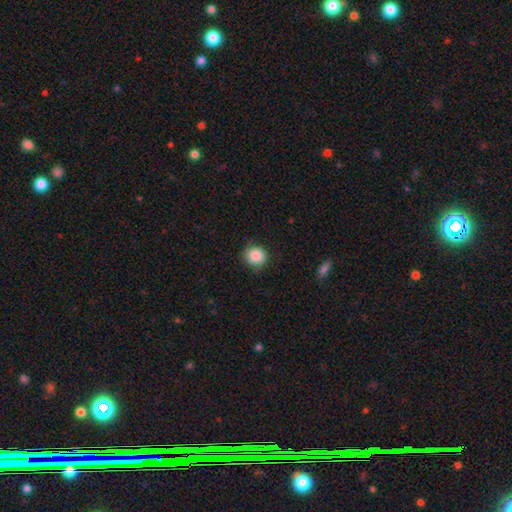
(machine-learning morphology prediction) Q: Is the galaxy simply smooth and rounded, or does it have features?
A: smooth — 88%.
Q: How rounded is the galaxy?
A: round — 87%.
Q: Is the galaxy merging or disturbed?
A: none — 83%.